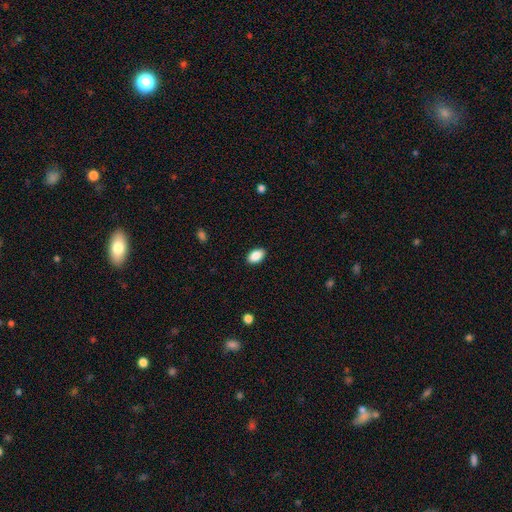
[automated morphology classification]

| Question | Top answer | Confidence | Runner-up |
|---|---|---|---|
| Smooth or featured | smooth | 89% | star or artifact (7%) |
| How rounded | in between | 93% | round (6%) |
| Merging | none | 89% | minor disturbance (8%) |